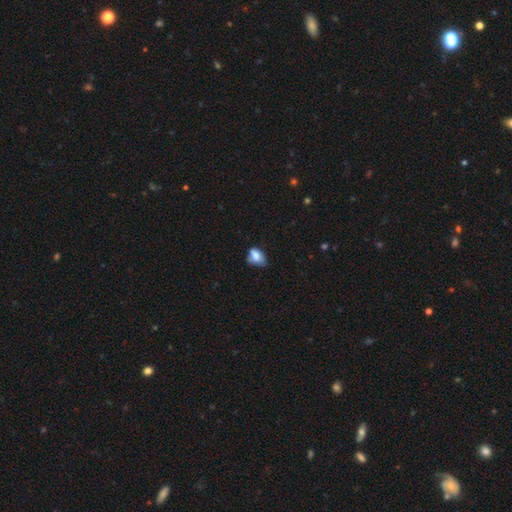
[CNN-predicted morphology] smooth_or_featured: smooth (p=0.78) [alt: featured or disk p=0.13]
how_rounded: in between (p=0.81) [alt: round p=0.17]
merging: minor disturbance (p=0.43) [alt: none p=0.38]